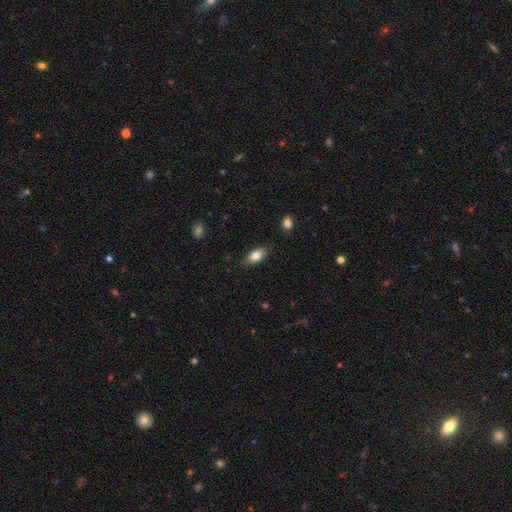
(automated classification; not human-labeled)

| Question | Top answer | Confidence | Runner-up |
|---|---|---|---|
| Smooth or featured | smooth | 80% | featured or disk (13%) |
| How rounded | in between | 85% | cigar-shaped (10%) |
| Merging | none | 82% | minor disturbance (14%) |